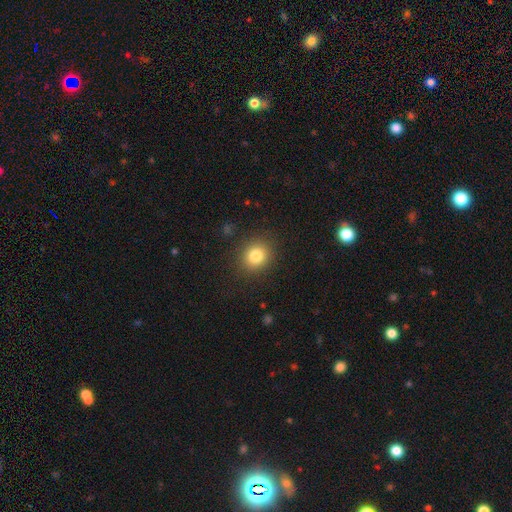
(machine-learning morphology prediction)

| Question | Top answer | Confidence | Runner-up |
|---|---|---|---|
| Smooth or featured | smooth | 81% | star or artifact (11%) |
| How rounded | round | 78% | in between (21%) |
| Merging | none | 88% | minor disturbance (8%) |